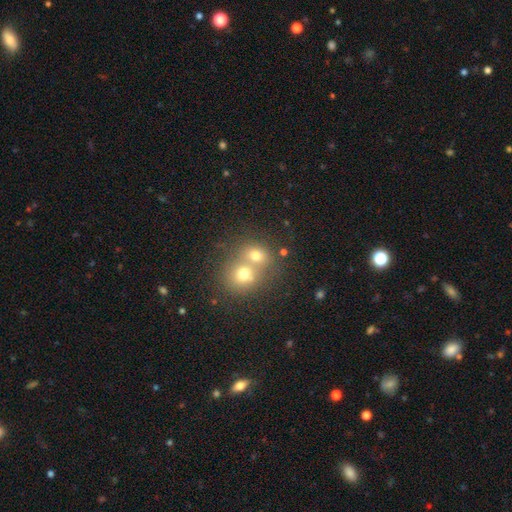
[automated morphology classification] smooth 69%, featured or disk 17%, star or artifact 15%. Down the decision tree: how rounded — round (73%); merging — merger (59%).